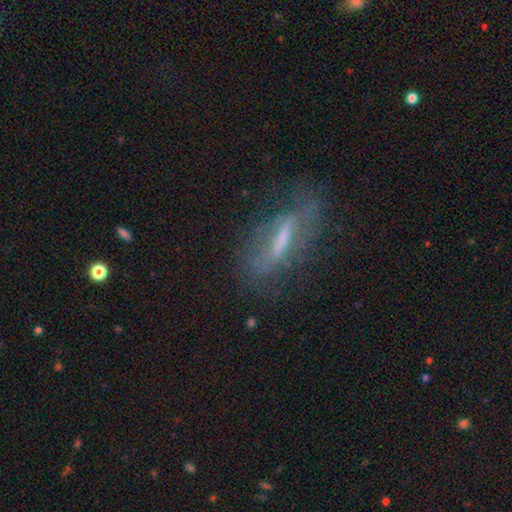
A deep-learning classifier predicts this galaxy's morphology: Smooth or featured: featured or disk — 59% (smooth — 28%)
Edge-on disk: no — 53% (yes — 47%)
Merging: none — 70% (minor disturbance — 19%)